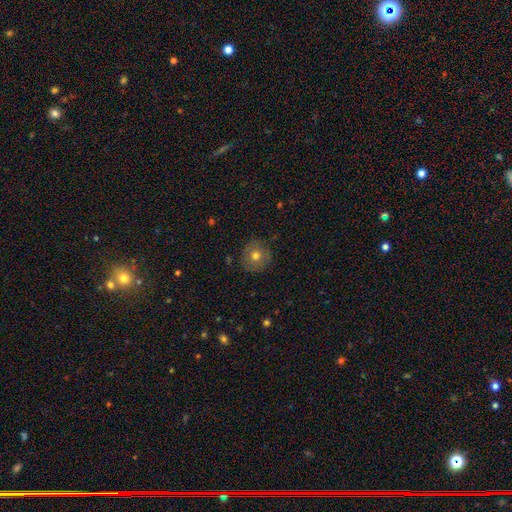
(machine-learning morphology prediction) Smooth or featured?
  - smooth: 71% *
  - featured or disk: 19%
  - star or artifact: 10%
How rounded?
  - round: 94% *
  - in between: 5%
  - cigar-shaped: 1%
Merging?
  - none: 88% *
  - minor disturbance: 9%
  - major disturbance: 2%
  - merger: 1%